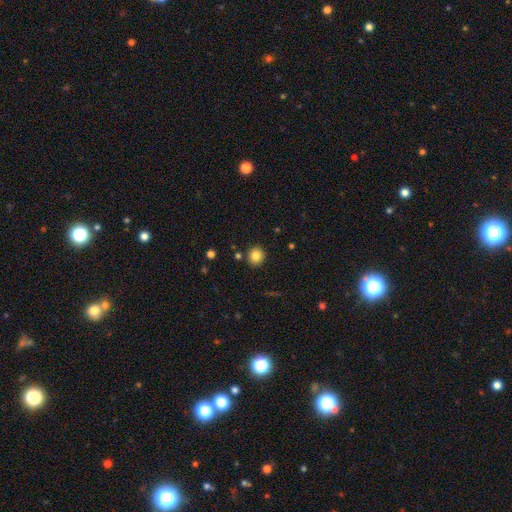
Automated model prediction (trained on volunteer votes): Q: Smooth or featured?
A: smooth (83%); runner-up: star or artifact (10%)
Q: How rounded?
A: round (86%); runner-up: in between (13%)
Q: Merging?
A: none (88%); runner-up: minor disturbance (7%)